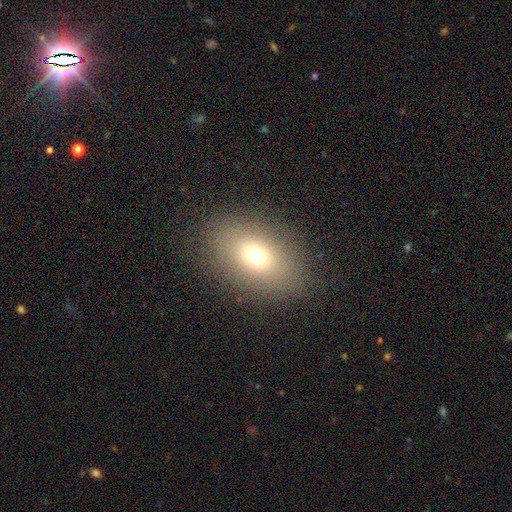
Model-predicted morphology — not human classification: Q: Smooth or featured?
A: smooth (69%); runner-up: featured or disk (16%)
Q: How rounded?
A: in between (79%); runner-up: round (19%)
Q: Merging?
A: none (85%); runner-up: minor disturbance (9%)